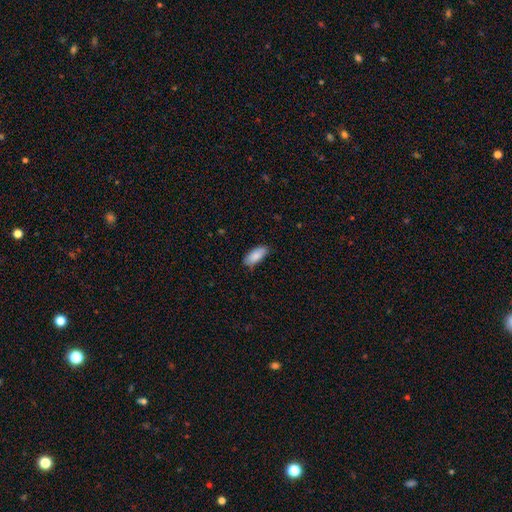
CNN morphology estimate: Smooth or featured?
  - smooth: 87% *
  - featured or disk: 7%
  - star or artifact: 6%
How rounded?
  - in between: 86% *
  - cigar-shaped: 13%
  - round: 2%
Merging?
  - none: 78% *
  - minor disturbance: 18%
  - major disturbance: 3%
  - merger: 1%